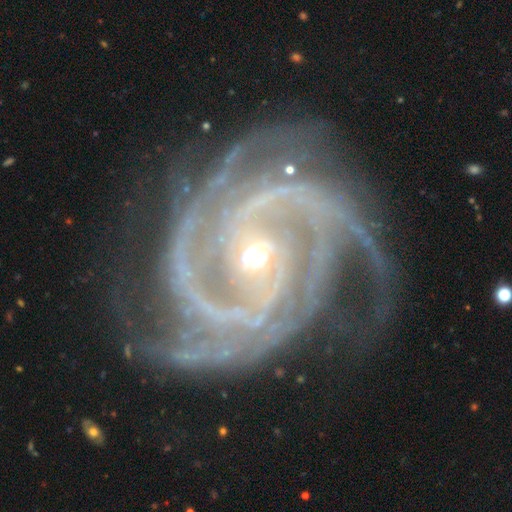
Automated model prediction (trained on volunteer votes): Morphology: type=featured or disk (94%); edge-on=no (98%); bar=no (47%); spiral arms=yes (99%); winding=tight (72%); arm count=3 (31%); bulge=small (64%); merging=none (73%).